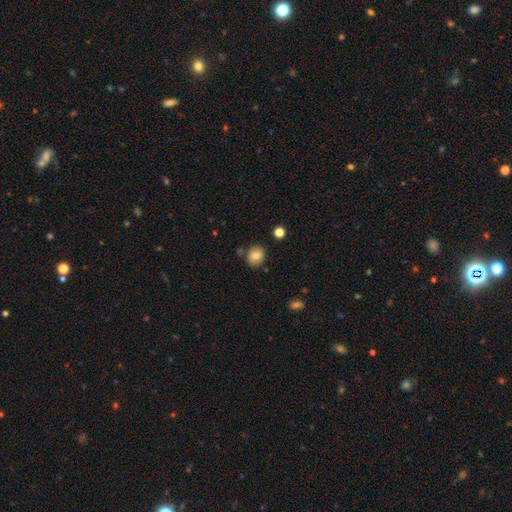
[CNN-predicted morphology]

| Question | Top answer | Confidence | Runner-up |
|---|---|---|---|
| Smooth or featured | smooth | 81% | star or artifact (10%) |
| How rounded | round | 69% | in between (31%) |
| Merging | none | 81% | minor disturbance (12%) |